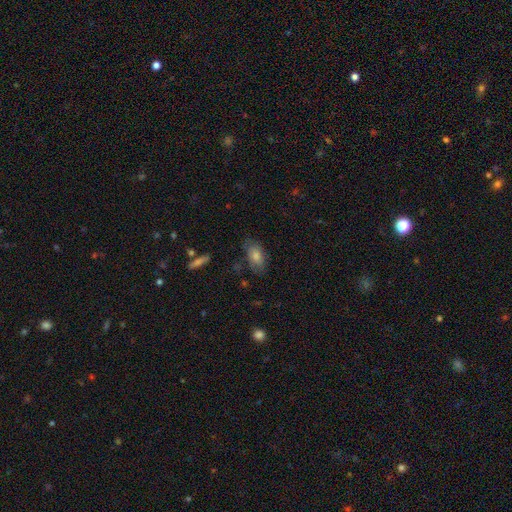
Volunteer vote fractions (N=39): smooth_or_featured: smooth (p=0.59) [alt: featured or disk p=0.33]
how_rounded: in between (p=0.83) [alt: round p=0.09]
merging: none (p=0.81) [alt: minor disturbance p=0.08]